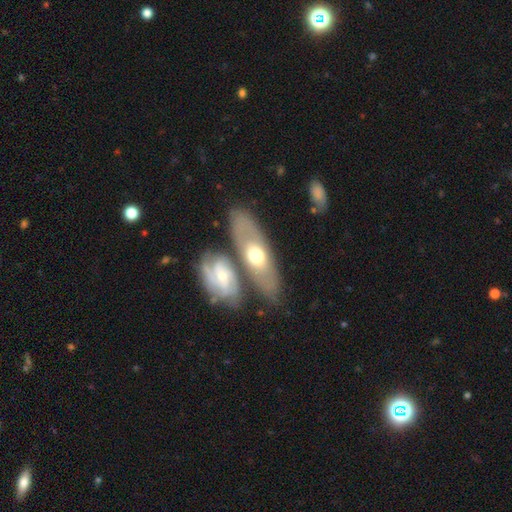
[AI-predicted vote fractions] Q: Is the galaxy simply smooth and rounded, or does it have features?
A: featured or disk — 49%.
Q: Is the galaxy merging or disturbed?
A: none — 59%.